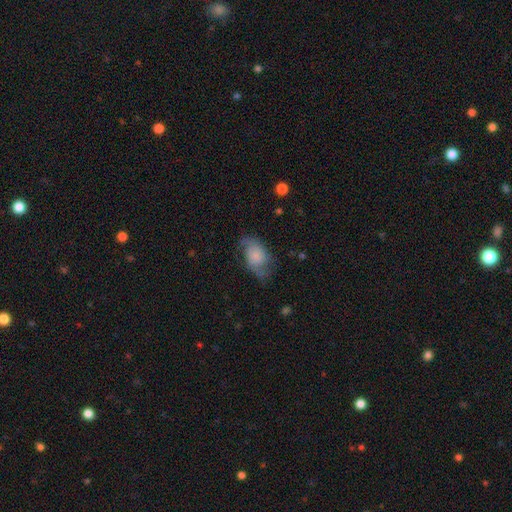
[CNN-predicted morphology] type=featured or disk (60%); edge-on=no (96%); bar=no (74%); spiral arms=yes (90%); winding=loose (45%); arm count=2 (86%); bulge=small (41%); merging=none (62%).